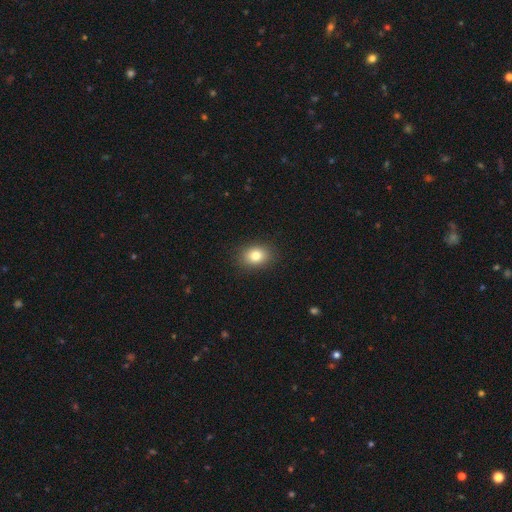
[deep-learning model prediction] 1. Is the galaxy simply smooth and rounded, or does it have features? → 82% smooth, 10% star or artifact, 8% featured or disk.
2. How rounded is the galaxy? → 58% in between, 41% round, 1% cigar-shaped.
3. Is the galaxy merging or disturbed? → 89% none, 8% minor disturbance, 2% major disturbance, 1% merger.